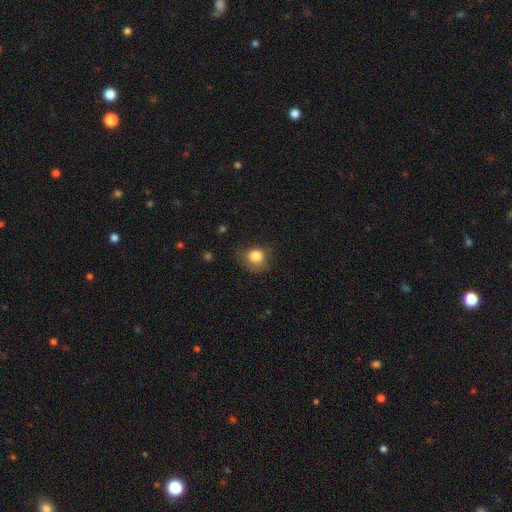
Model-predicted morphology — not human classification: This is clearly a smooth galaxy (84%). How rounded: likely round (71%). Merging: likely none (63%).